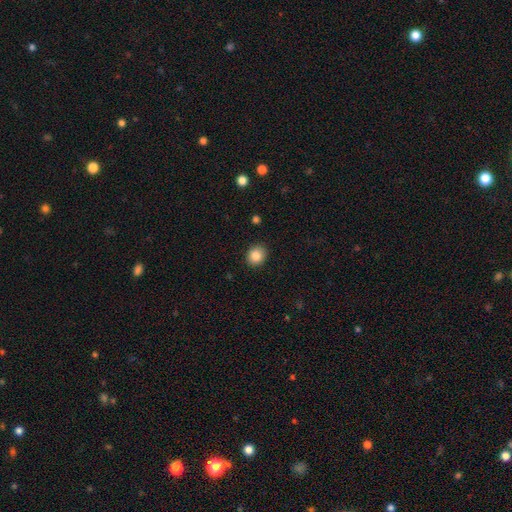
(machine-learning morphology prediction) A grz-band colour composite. It shows a smooth galaxy with no disk features (86%) that is round (72%). Merging: none (90%).